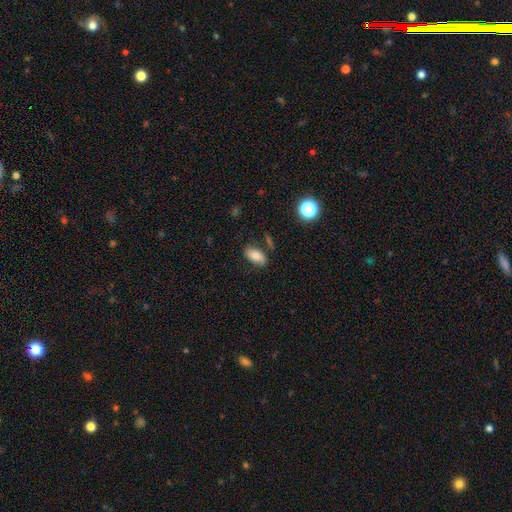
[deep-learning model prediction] A smooth galaxy with no disk features (76%) that is in between round and cigar-shaped (90%).

Vote fractions:
- Smooth or featured? smooth: 76% / featured or disk: 14% / star or artifact: 9%
- How rounded? in between: 90% / cigar-shaped: 5% / round: 5%
- Merging? none: 78% / minor disturbance: 14% / merger: 4% / major disturbance: 4%